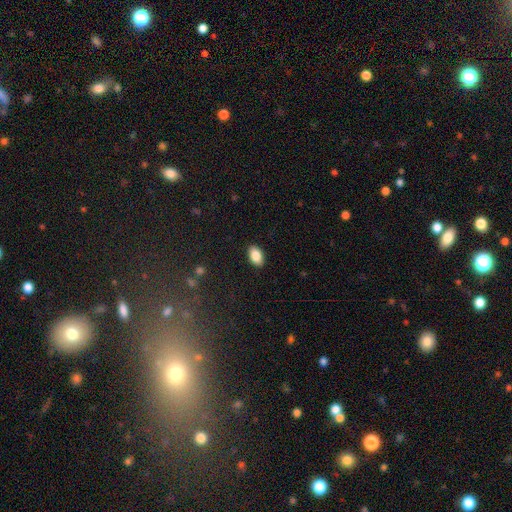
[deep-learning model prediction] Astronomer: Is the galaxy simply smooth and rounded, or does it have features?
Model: smooth — 86%.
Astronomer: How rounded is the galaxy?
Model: in between — 92%.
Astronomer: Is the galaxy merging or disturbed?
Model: none — 89%.